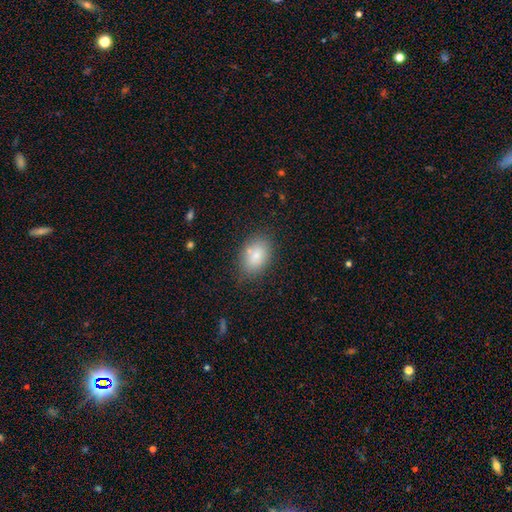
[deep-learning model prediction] Smooth or featured? Predicted: smooth (p=0.79). How rounded? Predicted: in between (p=0.81). Merging? Predicted: none (p=0.71).